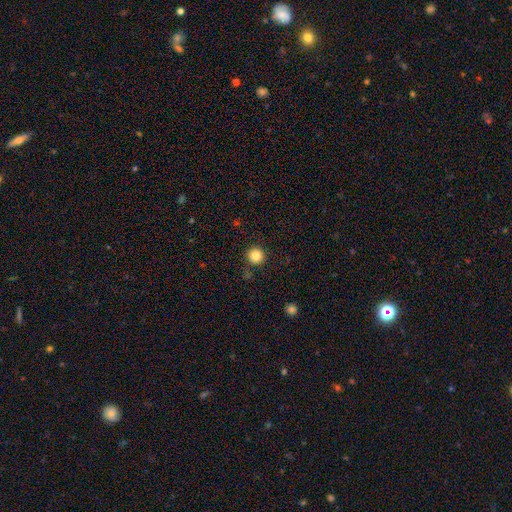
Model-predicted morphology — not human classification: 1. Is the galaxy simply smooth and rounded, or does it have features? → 85% smooth, 11% star or artifact, 4% featured or disk.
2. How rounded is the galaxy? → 96% round, 3% in between, 1% cigar-shaped.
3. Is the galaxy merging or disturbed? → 89% none, 7% minor disturbance, 2% major disturbance, 2% merger.